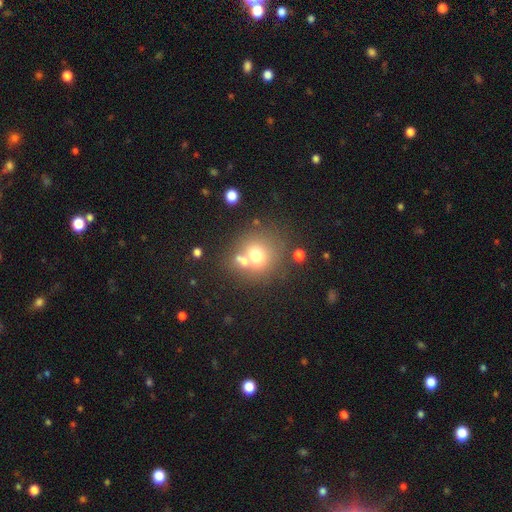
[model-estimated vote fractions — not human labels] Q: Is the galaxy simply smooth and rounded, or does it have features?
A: smooth — 67%.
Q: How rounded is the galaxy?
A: round — 85%.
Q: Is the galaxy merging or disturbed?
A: none — 57%.